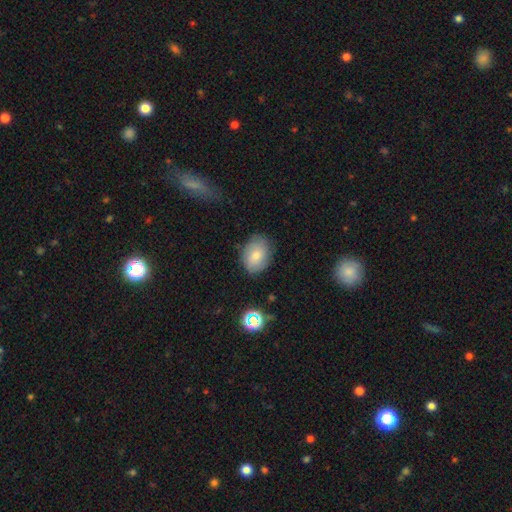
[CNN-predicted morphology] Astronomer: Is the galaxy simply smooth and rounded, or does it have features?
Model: smooth — 73%.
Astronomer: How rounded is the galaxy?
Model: in between — 68%.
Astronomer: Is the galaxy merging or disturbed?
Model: none — 76%.